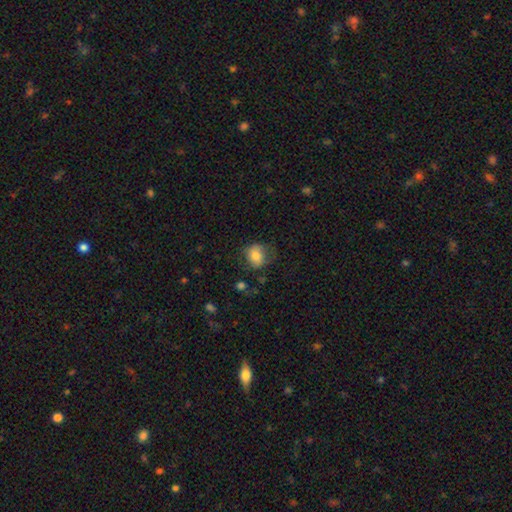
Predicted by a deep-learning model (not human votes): The model was most divided on "how rounded": round: 63%, in between: 36%, cigar-shaped: 1%. More confident: smooth or featured — smooth (76%); merging — none (59%).